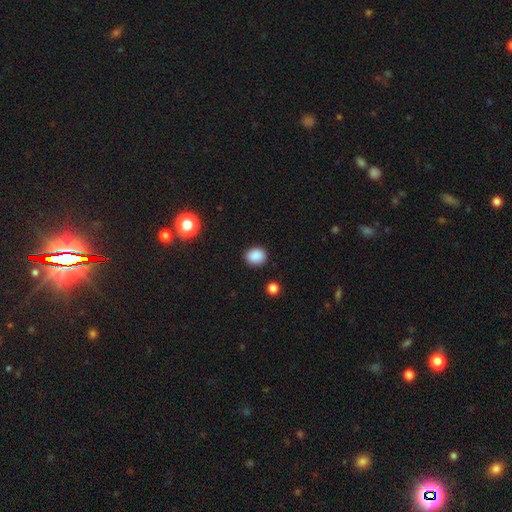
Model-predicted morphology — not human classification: type=smooth (87%); roundness=round (63%); merging=none (87%).